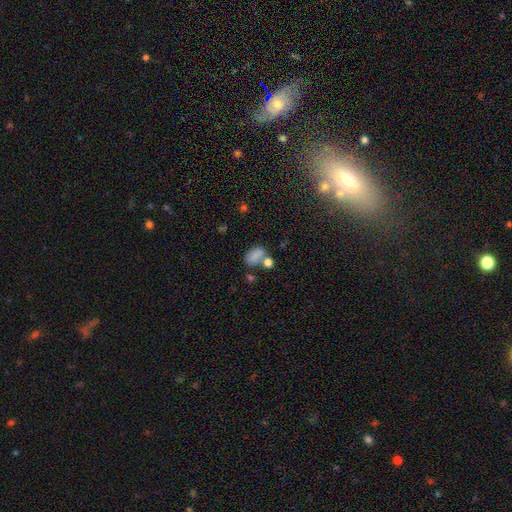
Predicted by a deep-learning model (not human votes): This appears to be a smooth galaxy with no disk features (80%) that is in between round and cigar-shaped (86%). Merging: none (45%).